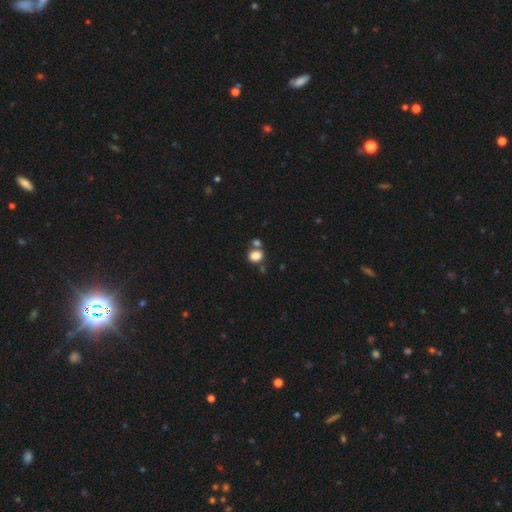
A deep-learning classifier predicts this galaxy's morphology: The model was most divided on "how rounded": in between: 53%, round: 46%, cigar-shaped: 1%. More confident: smooth or featured — smooth (84%); merging — none (54%).